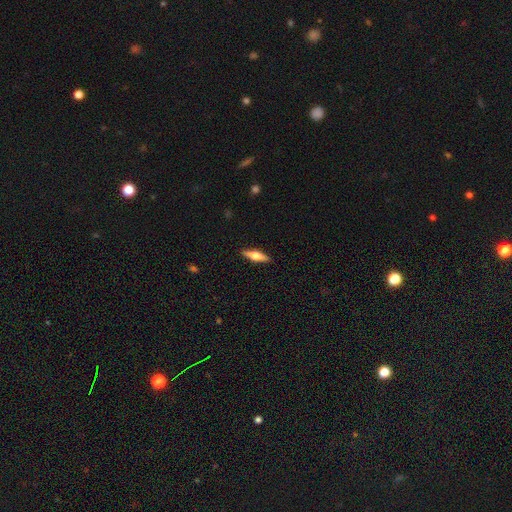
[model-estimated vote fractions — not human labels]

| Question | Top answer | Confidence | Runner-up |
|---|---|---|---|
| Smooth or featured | featured or disk | 55% | smooth (39%) |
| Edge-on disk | yes | 95% | no (5%) |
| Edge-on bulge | rounded | 92% | boxy (6%) |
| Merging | none | 90% | minor disturbance (7%) |